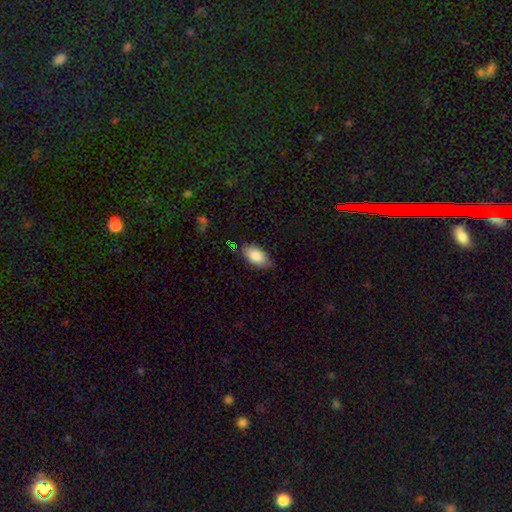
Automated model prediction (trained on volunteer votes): This is clearly a smooth galaxy (85%). How rounded: clearly in between (93%). Merging: likely none (80%).